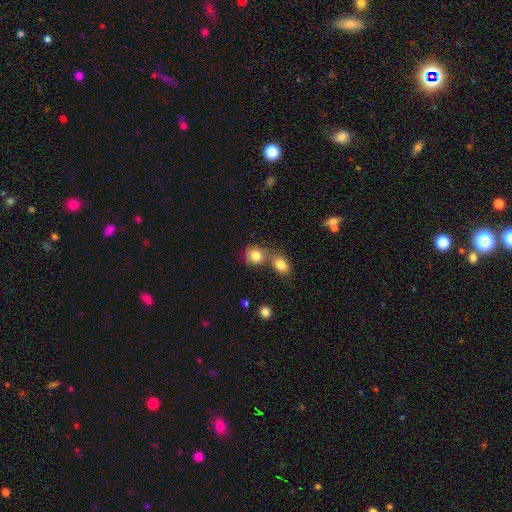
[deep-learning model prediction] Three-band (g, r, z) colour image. It shows a smooth galaxy with no disk features (83%) that is round (73%). Merging: merger (46%).